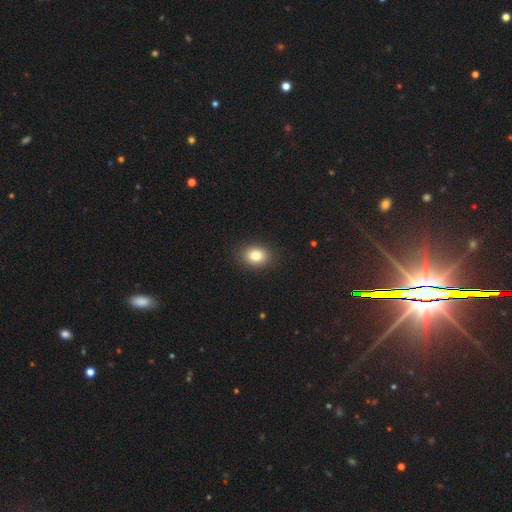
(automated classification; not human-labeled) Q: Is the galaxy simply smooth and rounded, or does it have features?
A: smooth — 81%.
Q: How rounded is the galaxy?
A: in between — 53%.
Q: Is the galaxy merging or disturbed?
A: none — 89%.